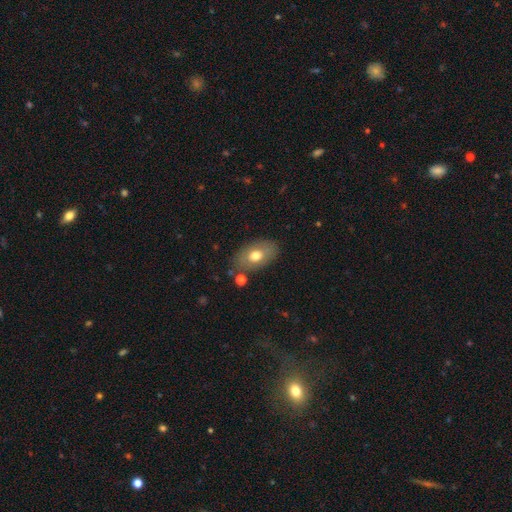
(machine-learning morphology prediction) smooth 66%, featured or disk 26%, star or artifact 7%. Down the decision tree: how rounded — in between (90%); merging — none (77%).